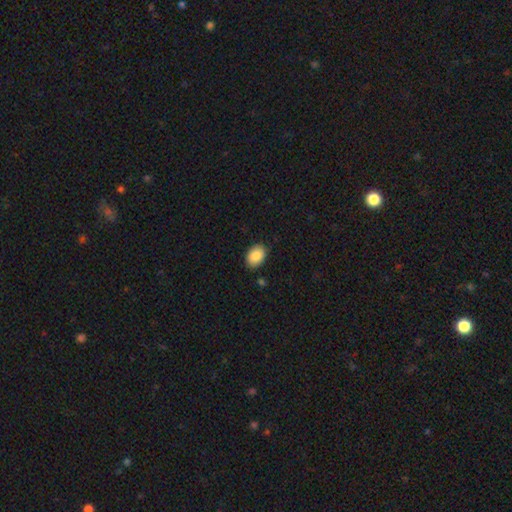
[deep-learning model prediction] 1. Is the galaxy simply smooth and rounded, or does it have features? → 87% smooth, 7% star or artifact, 6% featured or disk.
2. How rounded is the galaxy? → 84% in between, 15% round, 1% cigar-shaped.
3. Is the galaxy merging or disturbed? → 87% none, 10% minor disturbance, 2% major disturbance, 1% merger.